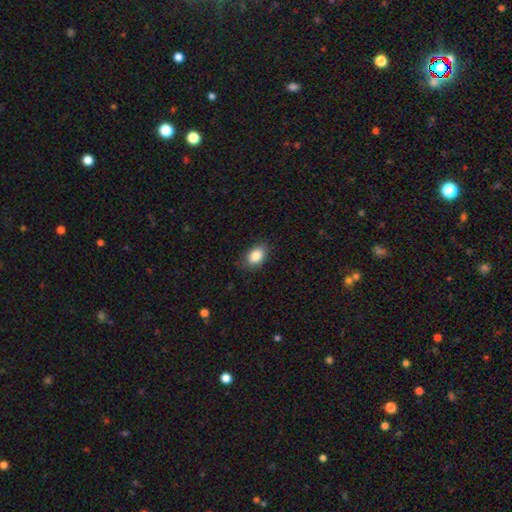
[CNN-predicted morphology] smooth 86%, star or artifact 8%, featured or disk 6%. Down the decision tree: how rounded — in between (84%); merging — none (82%).